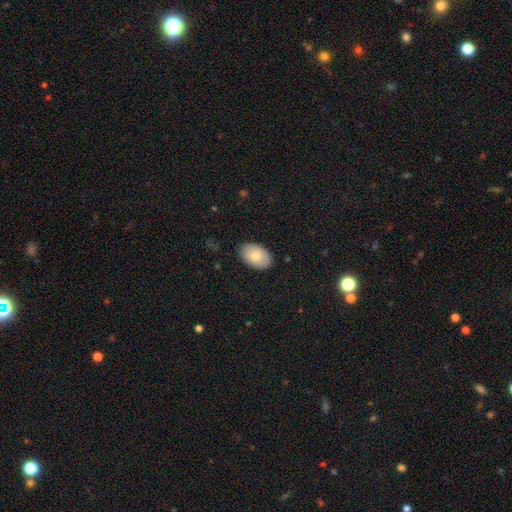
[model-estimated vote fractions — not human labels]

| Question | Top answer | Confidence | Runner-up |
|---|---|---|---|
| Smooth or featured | smooth | 79% | featured or disk (15%) |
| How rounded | in between | 90% | round (9%) |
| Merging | none | 86% | minor disturbance (11%) |